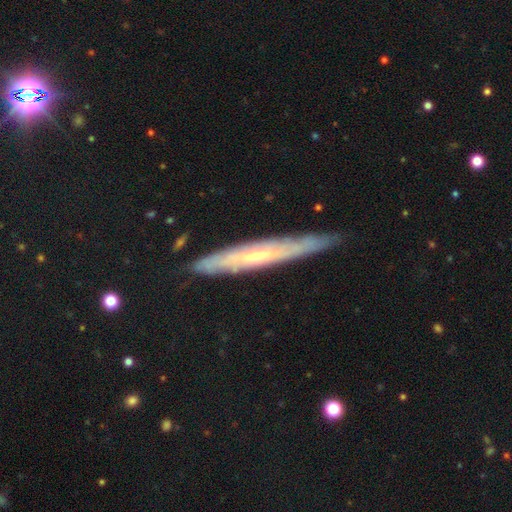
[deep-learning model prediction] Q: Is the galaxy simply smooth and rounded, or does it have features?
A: featured or disk — 69%.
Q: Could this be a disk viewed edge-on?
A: yes — 79%.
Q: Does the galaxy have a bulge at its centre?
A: none — 50%.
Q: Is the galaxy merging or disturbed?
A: none — 81%.